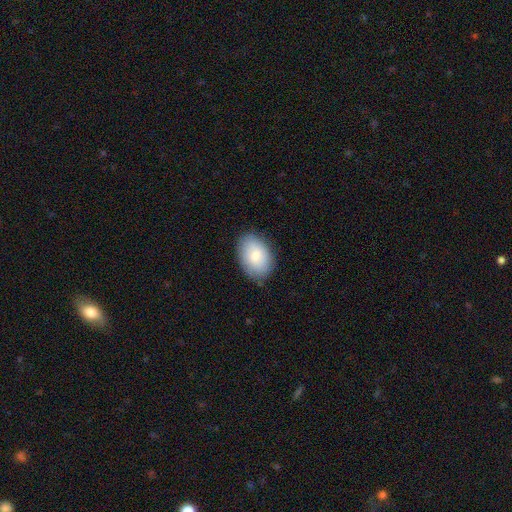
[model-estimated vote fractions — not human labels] A smooth galaxy with no disk features (78%) that is in between round and cigar-shaped (87%).

Vote fractions:
- Smooth or featured? smooth: 78% / featured or disk: 16% / star or artifact: 7%
- How rounded? in between: 87% / round: 12% / cigar-shaped: 1%
- Merging? none: 82% / minor disturbance: 15% / major disturbance: 3% / merger: 1%